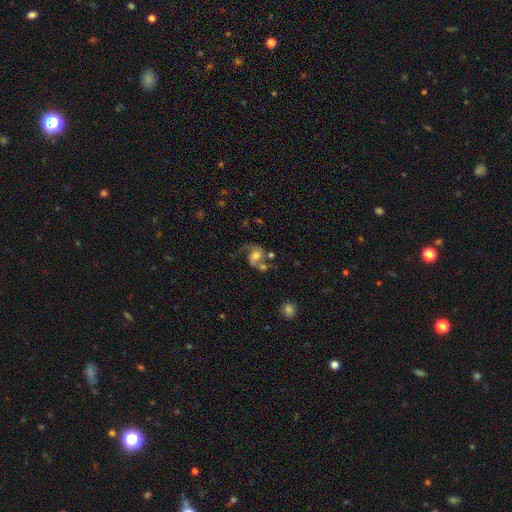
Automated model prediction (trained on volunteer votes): Smooth or featured: featured or disk — 70% (smooth — 21%)
Edge-on disk: no — 98% (yes — 2%)
Bar: no — 60% (weak — 31%)
Spiral arms: yes — 90% (no — 10%)
Spiral winding: loose — 47% (medium — 42%)
Spiral arm count: 2 — 70% (1 — 24%)
Bulge size: moderate — 53% (large — 21%)
Merging: none — 35% (merger — 28%)